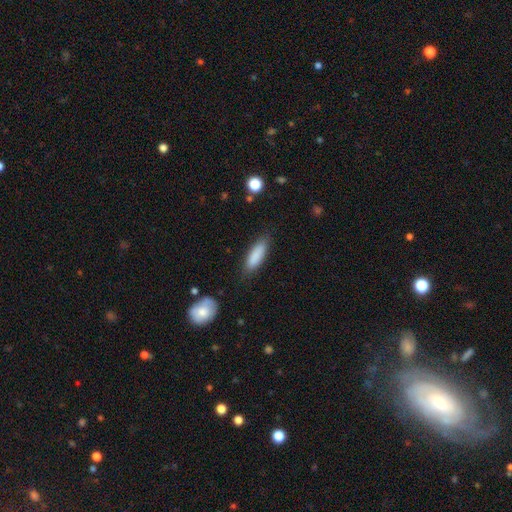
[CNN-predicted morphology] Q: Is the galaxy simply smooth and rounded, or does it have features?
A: smooth — 86%.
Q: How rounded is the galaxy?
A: in between — 53%.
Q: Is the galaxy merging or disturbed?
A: none — 82%.